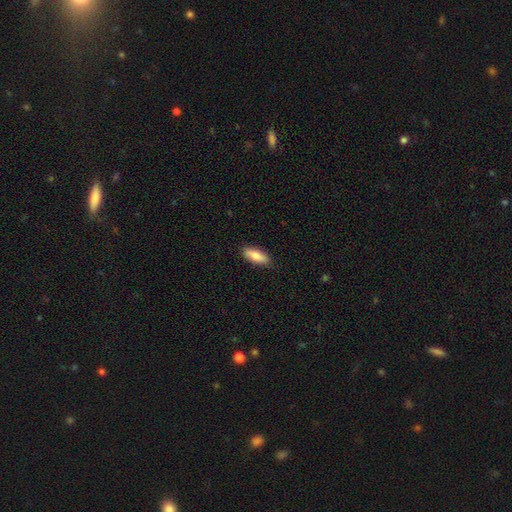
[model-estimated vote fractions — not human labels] Smooth or featured? Predicted: smooth (p=0.79). How rounded? Predicted: in between (p=0.69). Merging? Predicted: none (p=0.87).